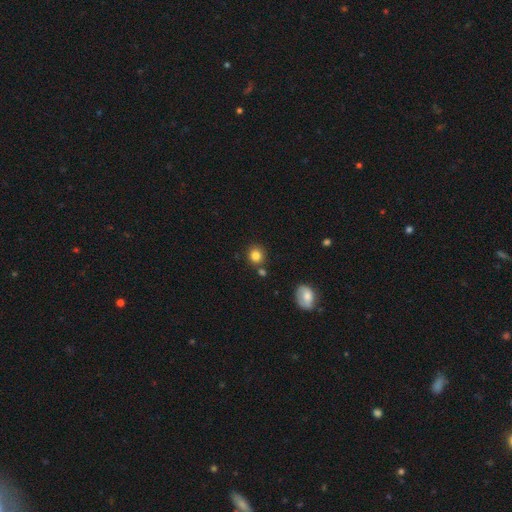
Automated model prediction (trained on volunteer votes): Smooth or featured? Predicted: smooth (p=0.83). How rounded? Predicted: round (p=0.85). Merging? Predicted: none (p=0.77).